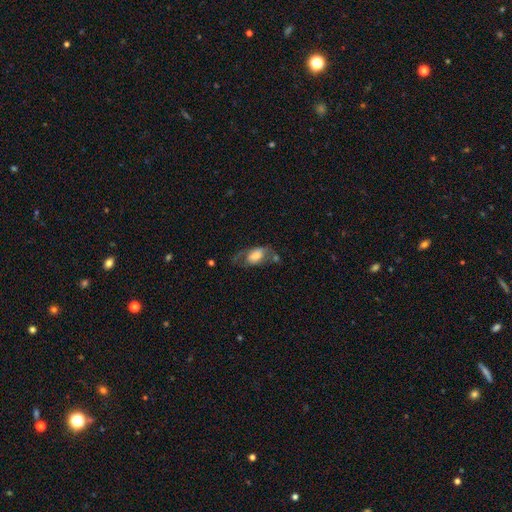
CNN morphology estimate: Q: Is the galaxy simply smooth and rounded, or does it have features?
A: smooth — 57%.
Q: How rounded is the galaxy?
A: in between — 89%.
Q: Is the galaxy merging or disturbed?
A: none — 38%.